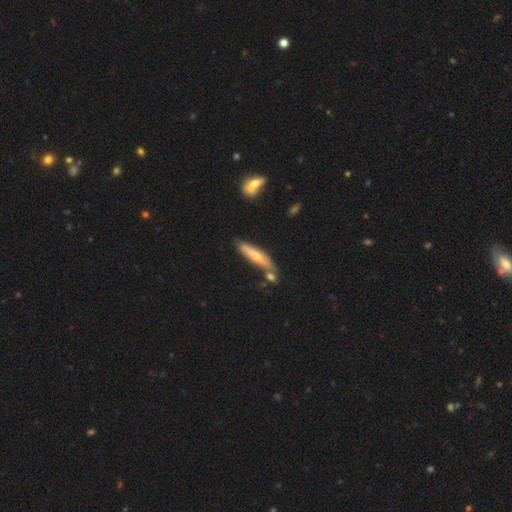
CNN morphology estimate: The model was most divided on "smooth or featured": smooth: 54%, featured or disk: 40%, star or artifact: 6%. More confident: how rounded — cigar-shaped (85%); merging — none (65%).